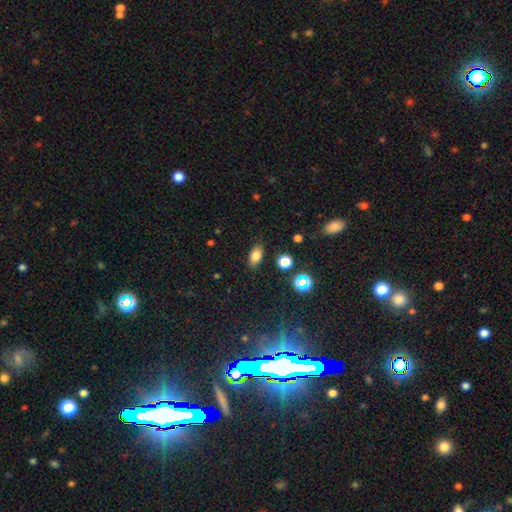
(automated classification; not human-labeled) Smooth or featured? smooth (79%)
How rounded? in between (87%)
Merging? none (84%)